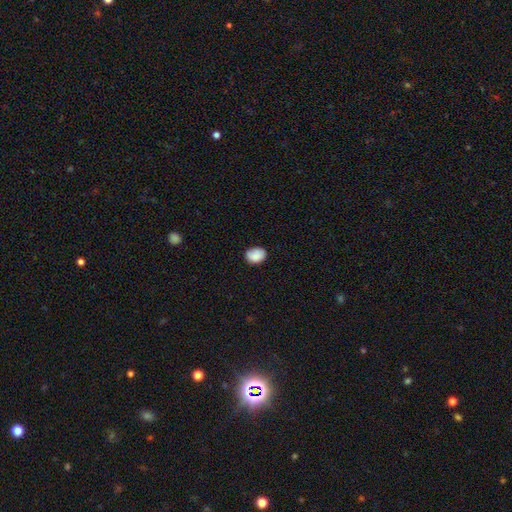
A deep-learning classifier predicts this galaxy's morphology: smooth-or-featured: smooth: 87% | star or artifact: 8% | featured or disk: 6%
  how-rounded: in between: 65% | round: 34% | cigar-shaped: 1%
  merging: none: 76% | minor disturbance: 19% | major disturbance: 3% | merger: 1%